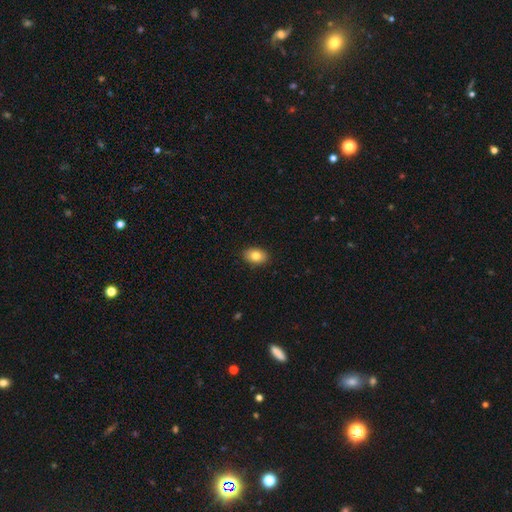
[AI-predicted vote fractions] This appears to be a smooth galaxy with no disk features (81%) that is in between round and cigar-shaped (79%). Merging: none (90%).